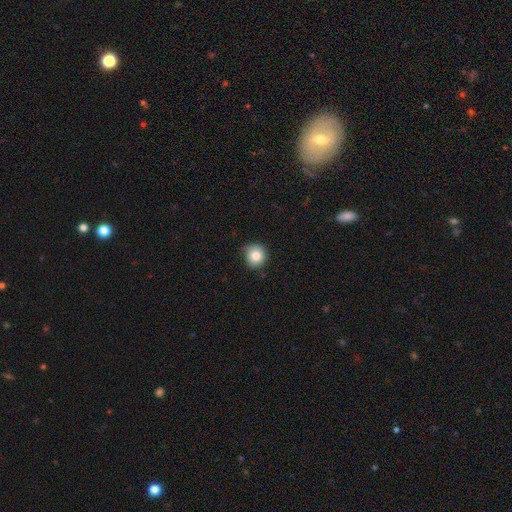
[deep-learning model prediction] This is clearly a smooth galaxy (82%). How rounded: clearly round (92%). Merging: likely none (74%).